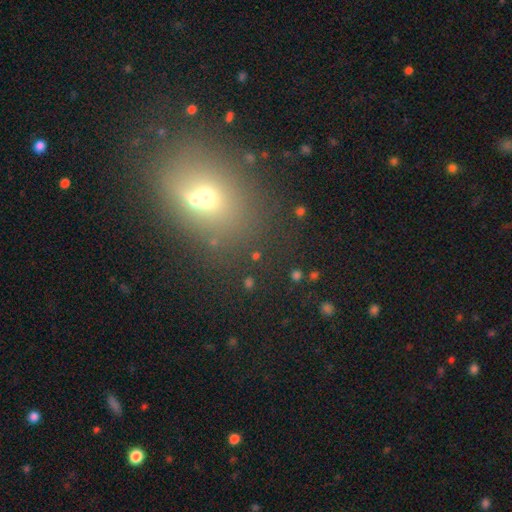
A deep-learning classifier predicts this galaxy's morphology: smooth_or_featured: smooth (p=0.51) [alt: star or artifact p=0.31]
how_rounded: round (p=0.58) [alt: in between p=0.38]
merging: none (p=0.58) [alt: merger p=0.28]